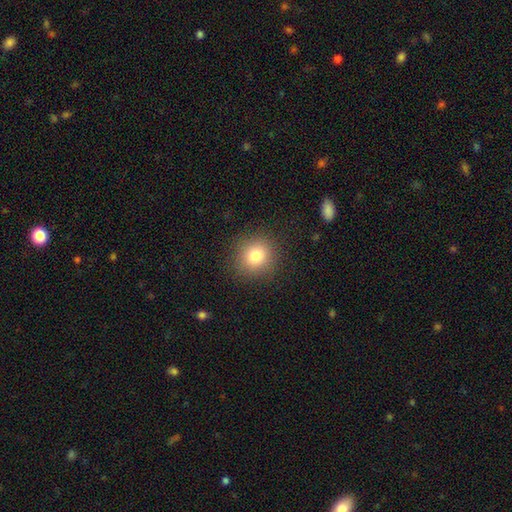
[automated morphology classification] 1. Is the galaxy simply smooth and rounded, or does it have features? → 81% smooth, 11% star or artifact, 8% featured or disk.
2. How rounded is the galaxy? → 87% round, 12% in between, 1% cigar-shaped.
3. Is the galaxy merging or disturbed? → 88% none, 8% minor disturbance, 3% major disturbance, 1% merger.